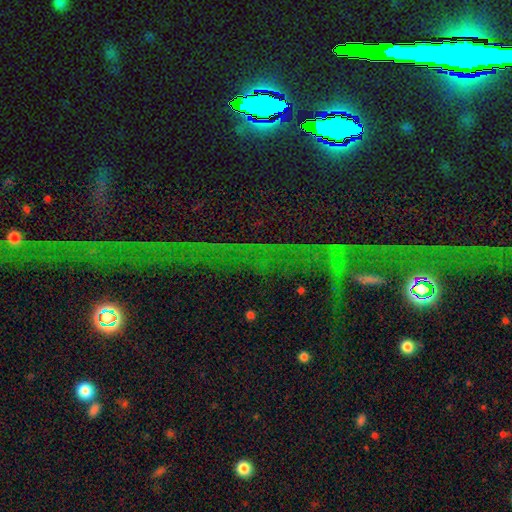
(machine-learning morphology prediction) This is clearly a star or artifact rather than a galaxy (80%).